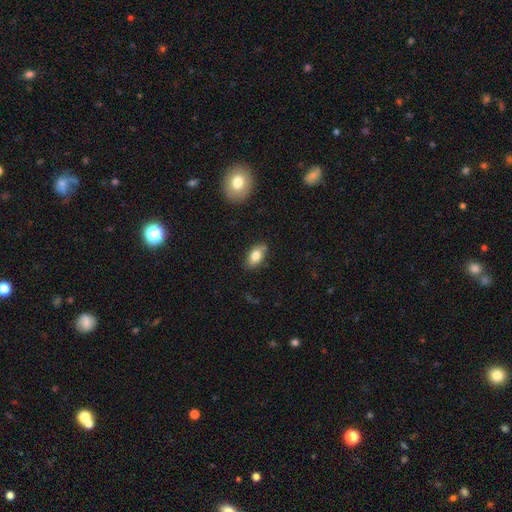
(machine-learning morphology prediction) Q: Smooth or featured?
A: smooth (80%); runner-up: featured or disk (13%)
Q: How rounded?
A: in between (90%); runner-up: round (6%)
Q: Merging?
A: none (81%); runner-up: minor disturbance (14%)